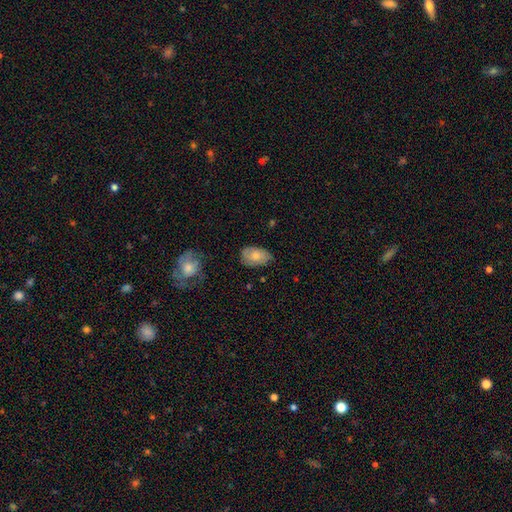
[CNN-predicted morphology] Smooth or featured? smooth (69%)
How rounded? in between (88%)
Merging? none (66%)